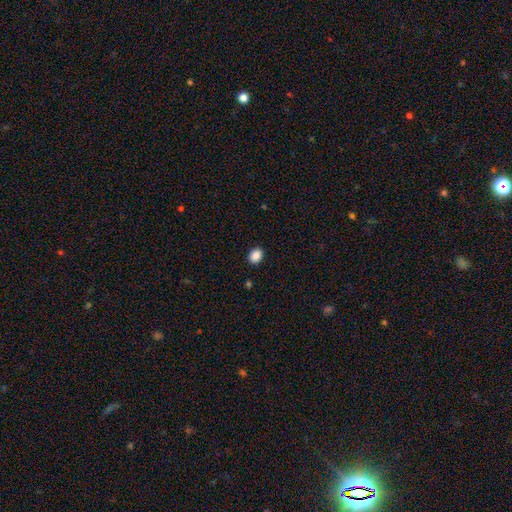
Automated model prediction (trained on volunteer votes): The model was most divided on "how rounded": in between: 56%, round: 43%, cigar-shaped: 1%. More confident: merging — none (90%); smooth or featured — smooth (89%).